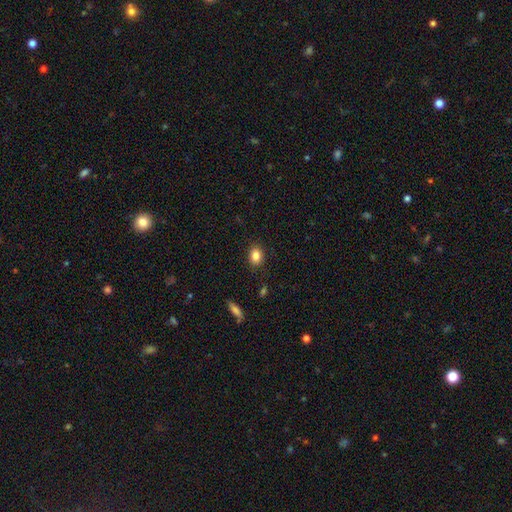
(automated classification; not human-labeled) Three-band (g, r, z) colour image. It shows a smooth galaxy with no disk features (84%) that is in between round and cigar-shaped (65%). Merging: none (88%).